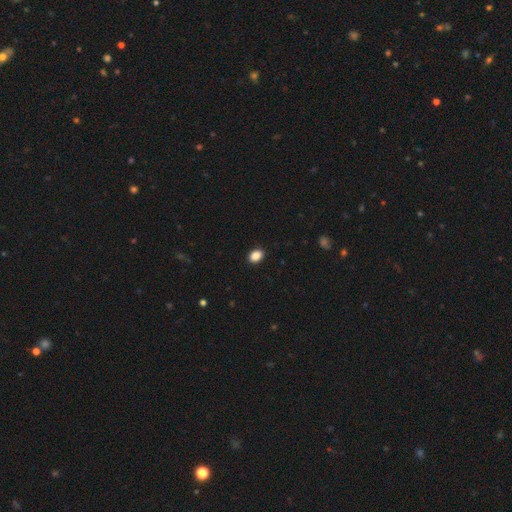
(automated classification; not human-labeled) This appears to be a smooth galaxy with no disk features (87%) that is in between round and cigar-shaped (74%). Merging: none (91%).